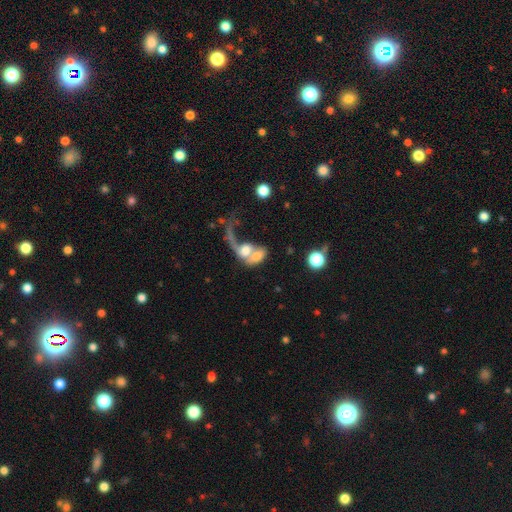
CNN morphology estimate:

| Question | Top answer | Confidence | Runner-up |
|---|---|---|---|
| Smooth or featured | smooth | 50% | featured or disk (41%) |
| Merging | merger | 74% | major disturbance (14%) |